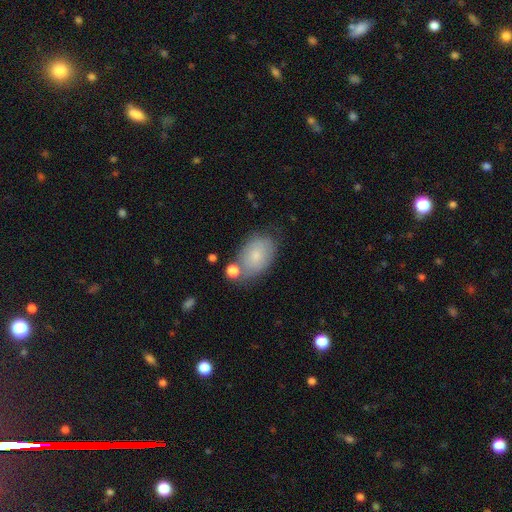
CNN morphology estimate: smooth-or-featured: smooth: 74% | featured or disk: 18% | star or artifact: 8%
  how-rounded: in between: 88% | round: 10% | cigar-shaped: 1%
  merging: none: 61% | minor disturbance: 22% | merger: 10% | major disturbance: 7%